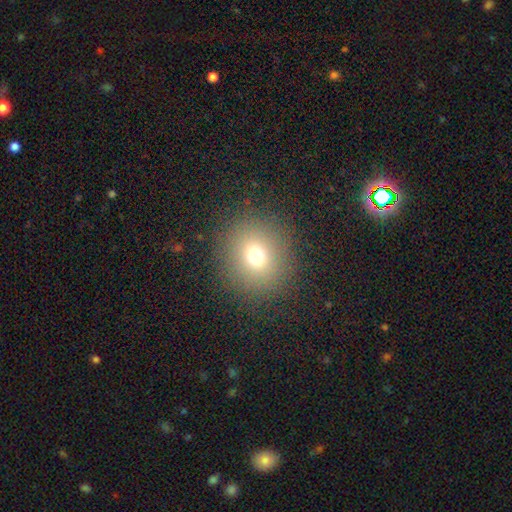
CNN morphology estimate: A smooth galaxy with no disk features (69%) that is round (87%). Merging: none (88%).